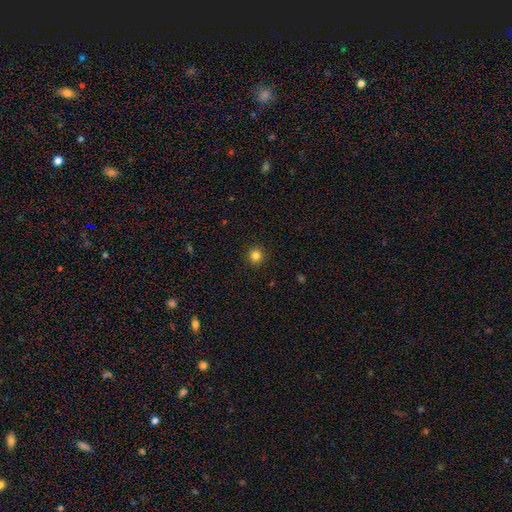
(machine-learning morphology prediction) Smooth or featured?
  - smooth: 83% *
  - star or artifact: 12%
  - featured or disk: 5%
How rounded?
  - round: 92% *
  - in between: 7%
  - cigar-shaped: 1%
Merging?
  - none: 92% *
  - minor disturbance: 5%
  - major disturbance: 2%
  - merger: 1%